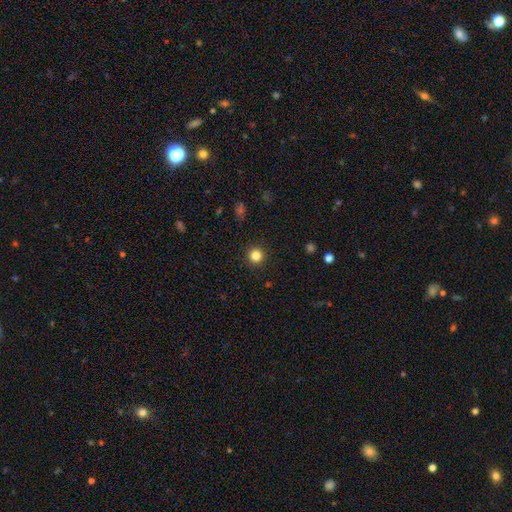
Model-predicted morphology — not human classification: Smooth or featured? Predicted: smooth (p=0.83). How rounded? Predicted: round (p=0.95). Merging? Predicted: none (p=0.93).